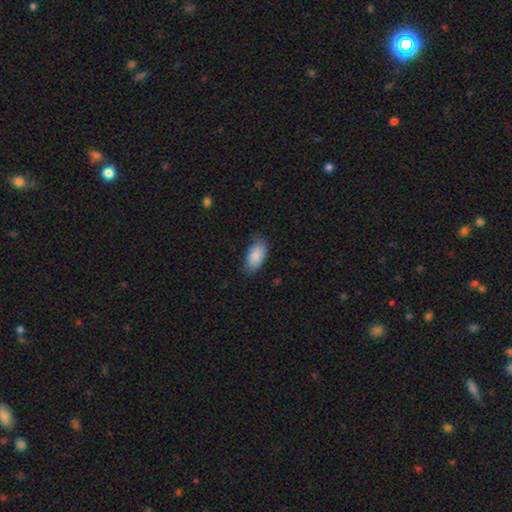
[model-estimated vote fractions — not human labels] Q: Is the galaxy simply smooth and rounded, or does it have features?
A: smooth — 88%.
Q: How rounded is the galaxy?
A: in between — 94%.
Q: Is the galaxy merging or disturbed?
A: none — 73%.